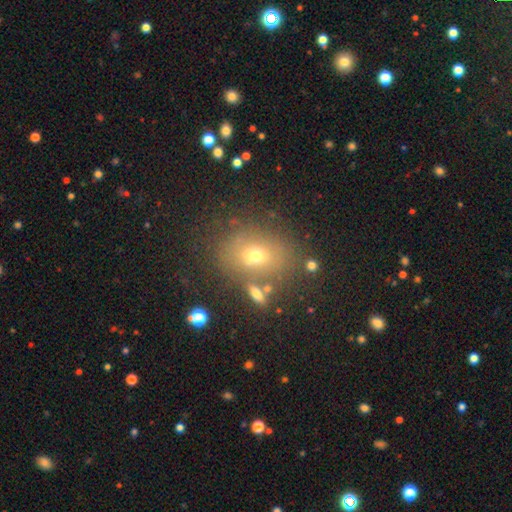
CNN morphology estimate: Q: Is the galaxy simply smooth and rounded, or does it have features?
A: smooth — 60%.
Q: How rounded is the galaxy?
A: in between — 58%.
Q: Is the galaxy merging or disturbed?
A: none — 74%.